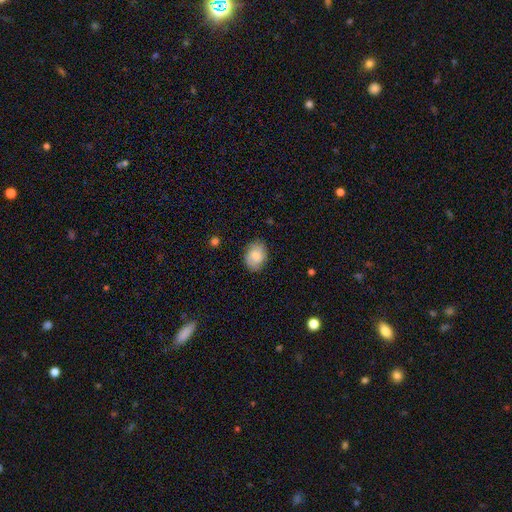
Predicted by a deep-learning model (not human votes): Smooth or featured? smooth (82%)
How rounded? in between (68%)
Merging? none (82%)